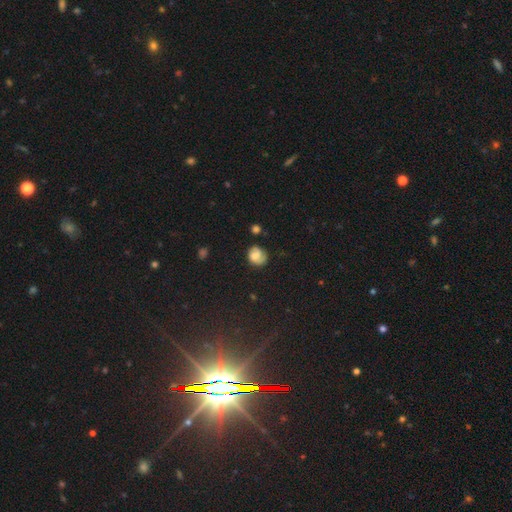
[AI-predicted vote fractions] This is likely a smooth galaxy (63%). How rounded: possibly round (60%). Merging: possibly none (58%).